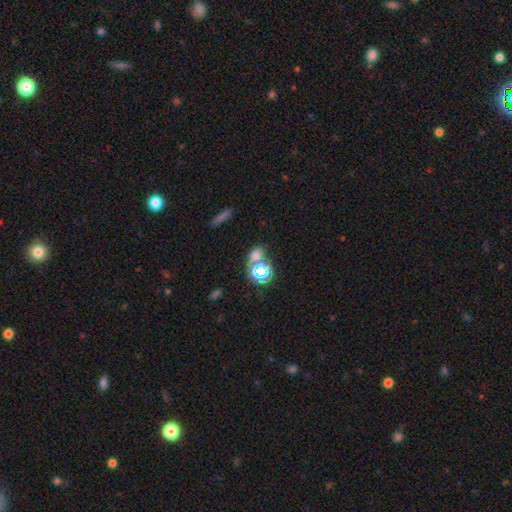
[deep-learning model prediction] smooth-or-featured: smooth: 54% | star or artifact: 35% | featured or disk: 11%
  how-rounded: round: 51% | in between: 46% | cigar-shaped: 3%
  merging: none: 58% | merger: 27% | minor disturbance: 10% | major disturbance: 5%